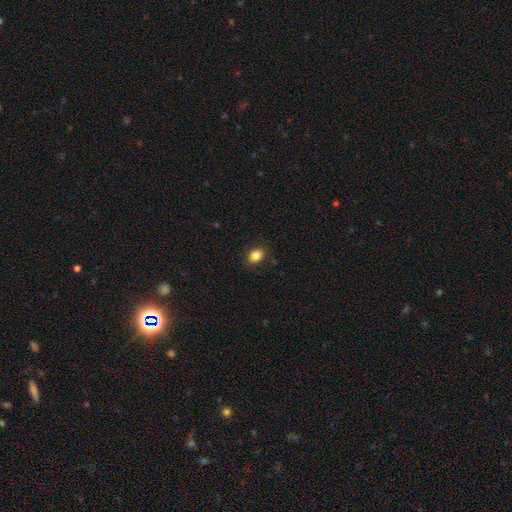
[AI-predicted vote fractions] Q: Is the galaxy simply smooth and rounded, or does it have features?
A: smooth — 86%.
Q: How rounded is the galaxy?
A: in between — 64%.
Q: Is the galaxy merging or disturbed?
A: none — 88%.